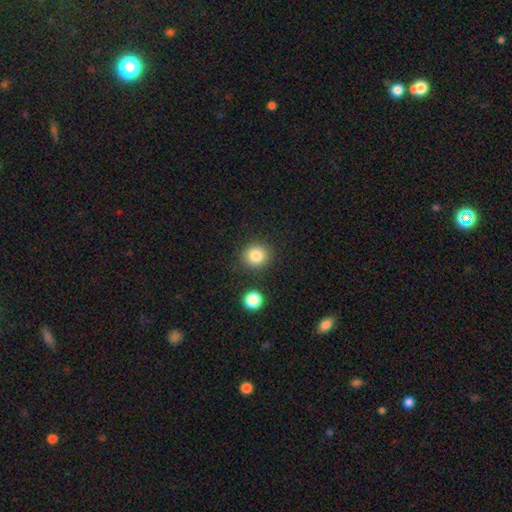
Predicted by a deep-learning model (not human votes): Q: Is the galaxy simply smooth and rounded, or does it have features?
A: smooth — 83%.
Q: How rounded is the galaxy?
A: round — 89%.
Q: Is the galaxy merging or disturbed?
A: none — 87%.